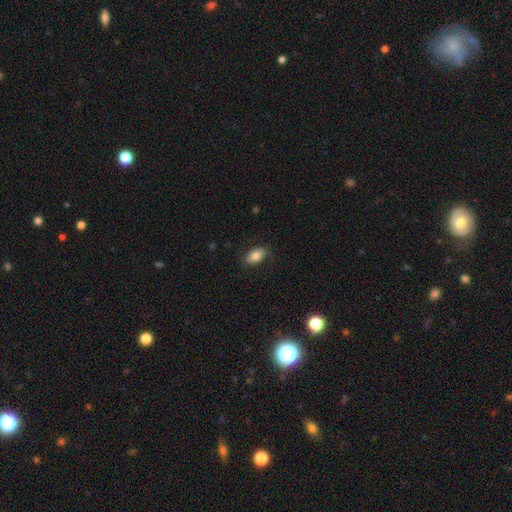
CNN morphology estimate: A smooth galaxy with no disk features (78%) that is in between round and cigar-shaped (91%). Merging: none (79%).